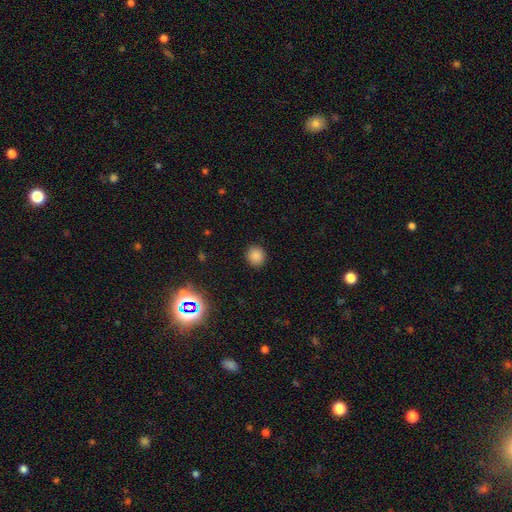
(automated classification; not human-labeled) This appears to be a smooth galaxy with no disk features (84%) that is round (88%). Merging: none (91%).